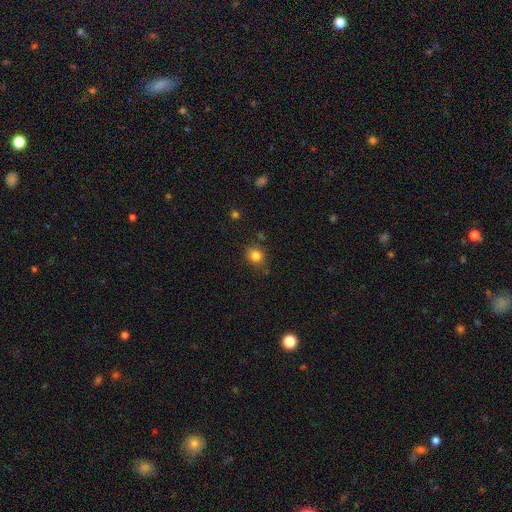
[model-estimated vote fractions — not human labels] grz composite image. It shows a smooth galaxy with no disk features (82%) that is round (74%). Merging: none (77%).